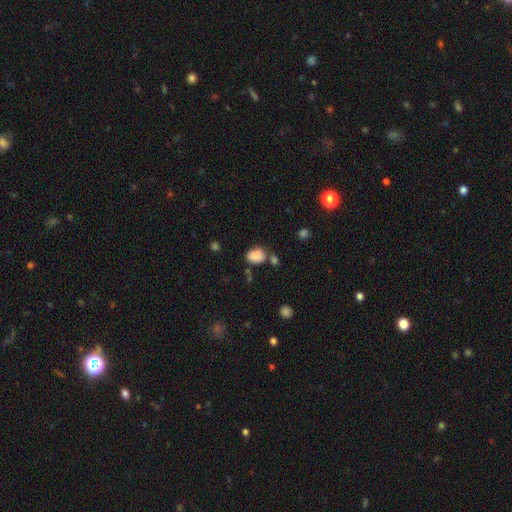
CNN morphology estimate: A smooth galaxy with no disk features (85%) that is in between round and cigar-shaped (67%).

Vote fractions:
- Smooth or featured? smooth: 85% / star or artifact: 9% / featured or disk: 5%
- How rounded? in between: 67% / round: 32% / cigar-shaped: 1%
- Merging? none: 58% / minor disturbance: 20% / merger: 16% / major disturbance: 6%